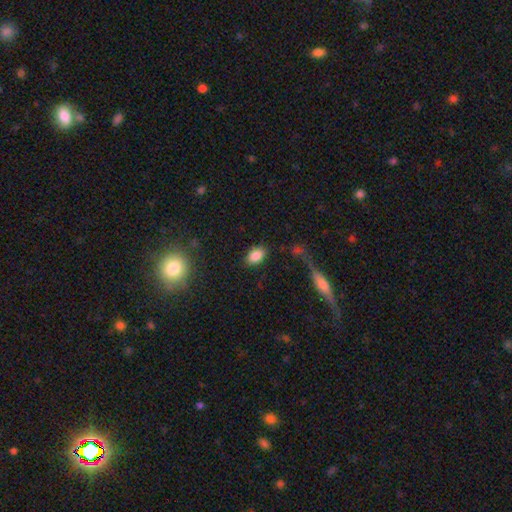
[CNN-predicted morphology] A smooth galaxy with no disk features (85%) that is in between round and cigar-shaped (89%). Merging: none (84%).